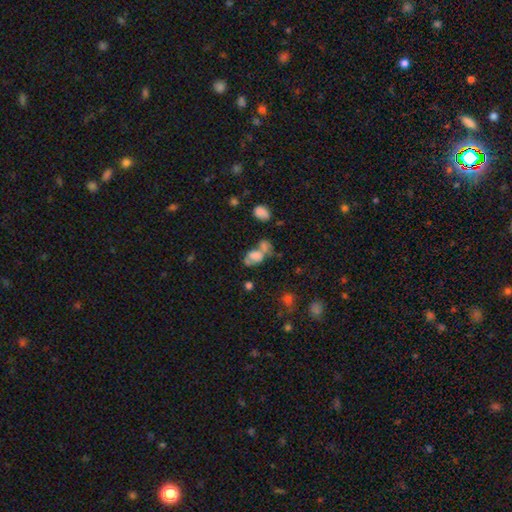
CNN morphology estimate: This appears to be a smooth galaxy with no disk features (60%) that is in between round and cigar-shaped (81%). Merging: merger (51%).